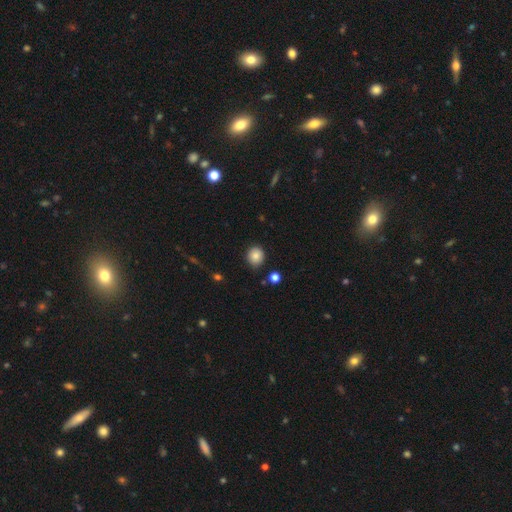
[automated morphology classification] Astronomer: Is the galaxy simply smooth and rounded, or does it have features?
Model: smooth — 85%.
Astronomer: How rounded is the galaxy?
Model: round — 78%.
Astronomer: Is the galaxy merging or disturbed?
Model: none — 87%.